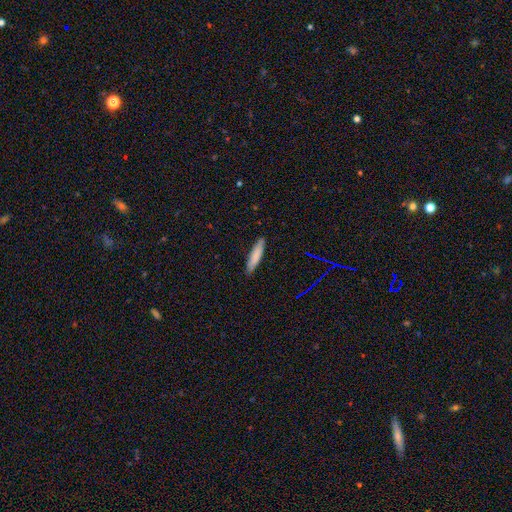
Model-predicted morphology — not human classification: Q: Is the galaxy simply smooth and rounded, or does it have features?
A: smooth — 81%.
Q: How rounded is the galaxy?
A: cigar-shaped — 84%.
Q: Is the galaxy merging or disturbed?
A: none — 88%.